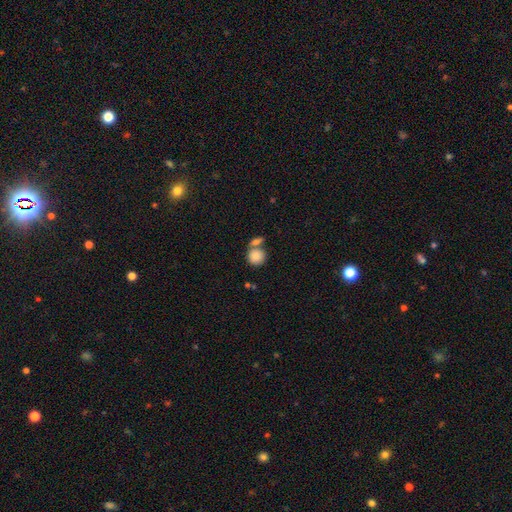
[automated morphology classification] Smooth or featured? Predicted: smooth (p=0.86). How rounded? Predicted: round (p=0.86). Merging? Predicted: none (p=0.48).